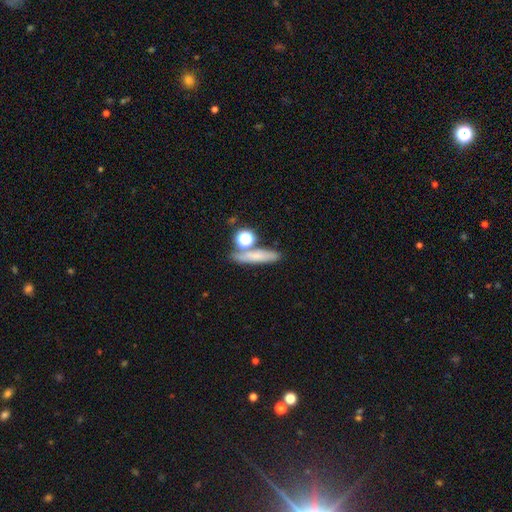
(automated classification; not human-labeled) This is likely a smooth galaxy (65%). How rounded: likely cigar-shaped (62%). Merging: likely none (66%).